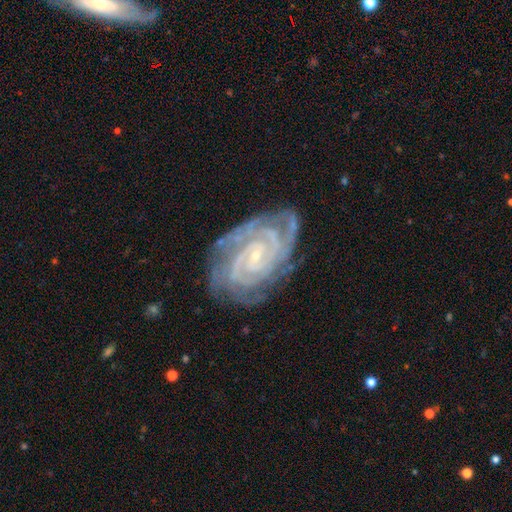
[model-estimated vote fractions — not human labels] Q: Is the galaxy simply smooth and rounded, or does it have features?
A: featured or disk — 91%.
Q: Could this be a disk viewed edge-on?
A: no — 97%.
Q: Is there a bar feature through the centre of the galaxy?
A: no — 57%.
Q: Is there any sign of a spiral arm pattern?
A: yes — 98%.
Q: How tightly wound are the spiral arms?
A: tight — 80%.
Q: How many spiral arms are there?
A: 2 — 26%.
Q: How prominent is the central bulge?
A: small — 86%.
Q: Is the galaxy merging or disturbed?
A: none — 75%.